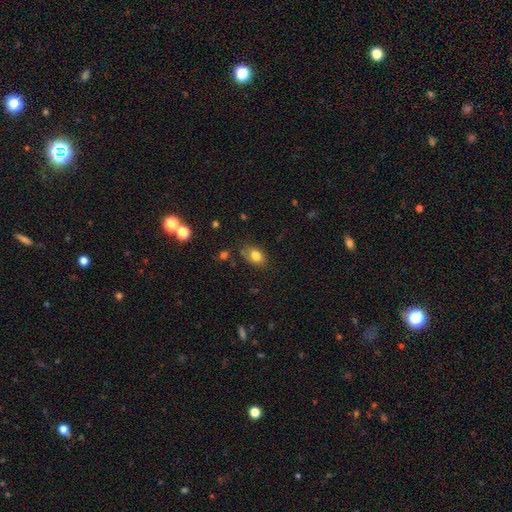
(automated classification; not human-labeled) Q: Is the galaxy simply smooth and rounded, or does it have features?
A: smooth — 81%.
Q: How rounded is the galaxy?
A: in between — 84%.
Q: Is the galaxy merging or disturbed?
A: none — 74%.